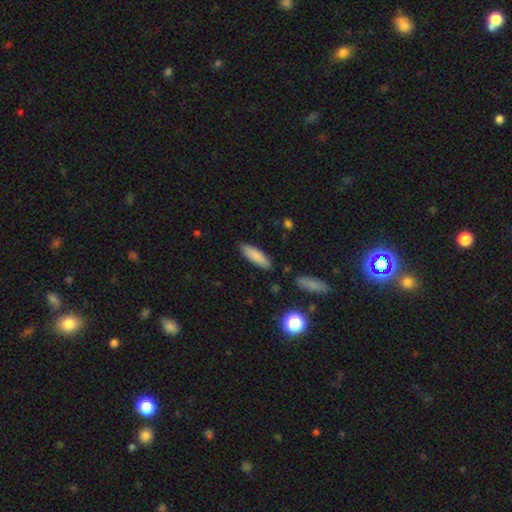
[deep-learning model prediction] Smooth or featured? smooth (86%)
How rounded? in between (52%)
Merging? none (86%)